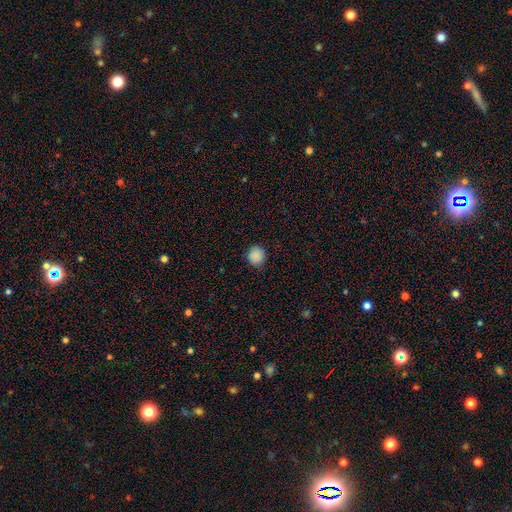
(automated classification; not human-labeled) smooth_or_featured: smooth (p=0.88) [alt: star or artifact p=0.09]
how_rounded: round (p=0.86) [alt: in between p=0.13]
merging: none (p=0.88) [alt: minor disturbance p=0.09]